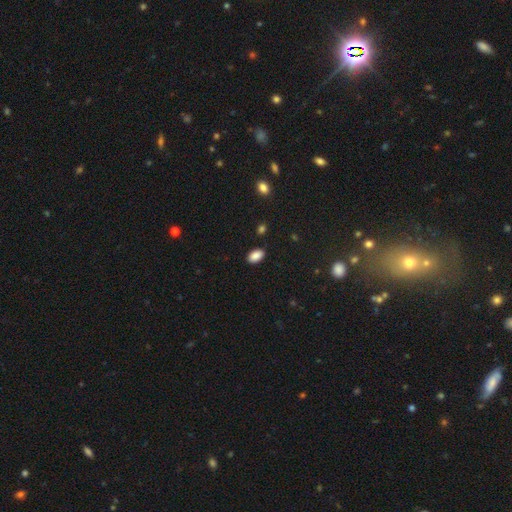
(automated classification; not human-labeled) smooth-or-featured: smooth: 87% | star or artifact: 9% | featured or disk: 4%
  how-rounded: in between: 92% | round: 6% | cigar-shaped: 2%
  merging: none: 88% | minor disturbance: 9% | major disturbance: 2% | merger: 1%